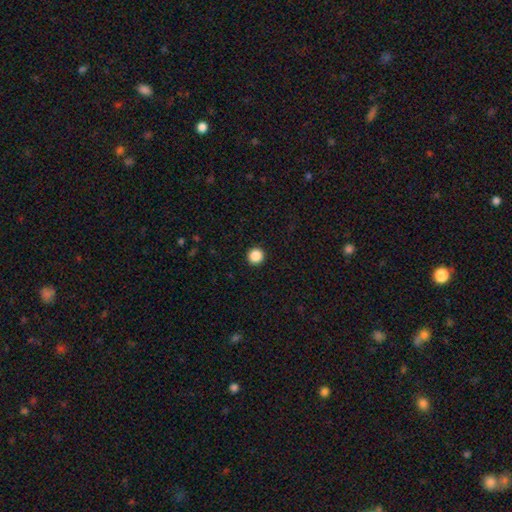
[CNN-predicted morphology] Smooth or featured: smooth — 88% (star or artifact — 10%)
How rounded: round — 96% (in between — 3%)
Merging: none — 94% (minor disturbance — 4%)